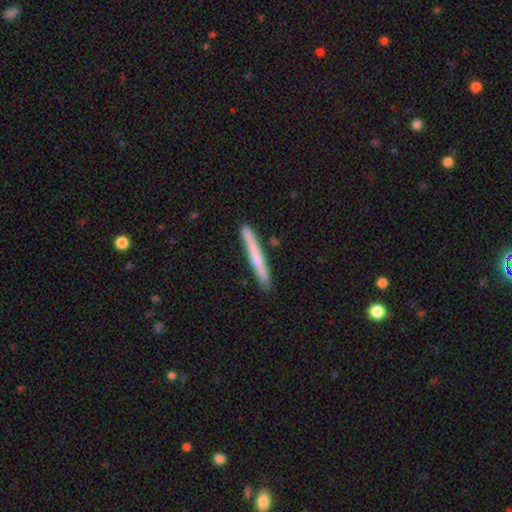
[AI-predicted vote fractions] The model was most divided on "smooth or featured": smooth: 63%, featured or disk: 31%, star or artifact: 6%. More confident: how rounded — cigar-shaped (97%); merging — none (88%).